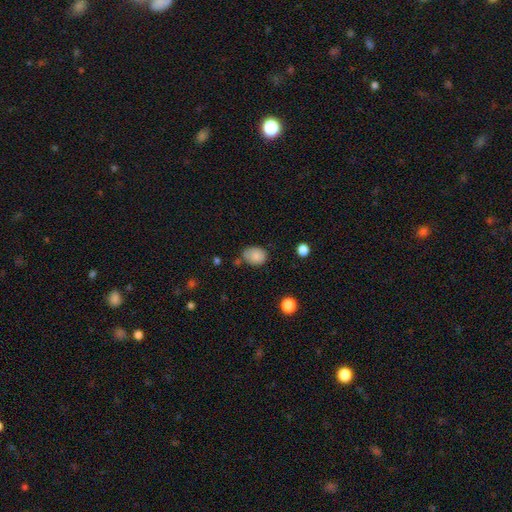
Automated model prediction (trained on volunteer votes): A smooth galaxy with no disk features (84%) that is in between round and cigar-shaped (61%).

Vote fractions:
- Smooth or featured? smooth: 84% / star or artifact: 9% / featured or disk: 7%
- How rounded? in between: 61% / round: 38% / cigar-shaped: 1%
- Merging? none: 58% / minor disturbance: 28% / merger: 7% / major disturbance: 6%